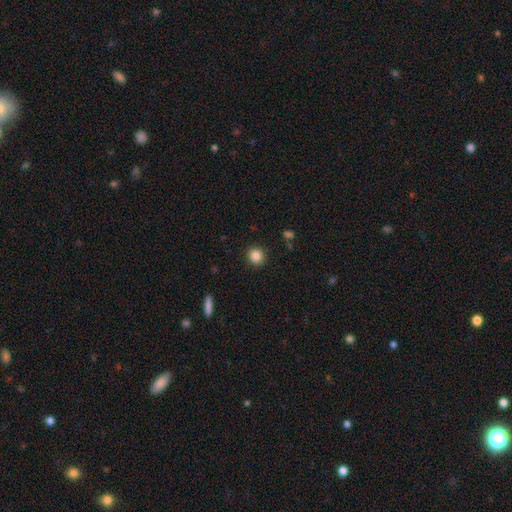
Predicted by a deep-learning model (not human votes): smooth_or_featured: smooth (p=0.86) [alt: star or artifact p=0.10]
how_rounded: round (p=0.88) [alt: in between p=0.11]
merging: none (p=0.91) [alt: minor disturbance p=0.06]